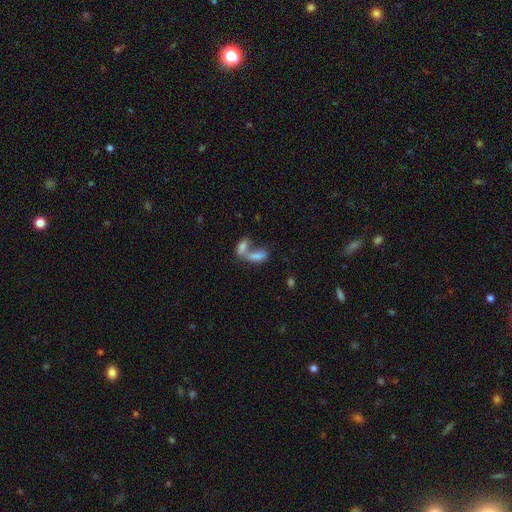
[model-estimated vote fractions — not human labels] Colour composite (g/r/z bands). It shows a smooth galaxy with no disk features (75%) that is in between round and cigar-shaped (77%). Merging: merger (73%).